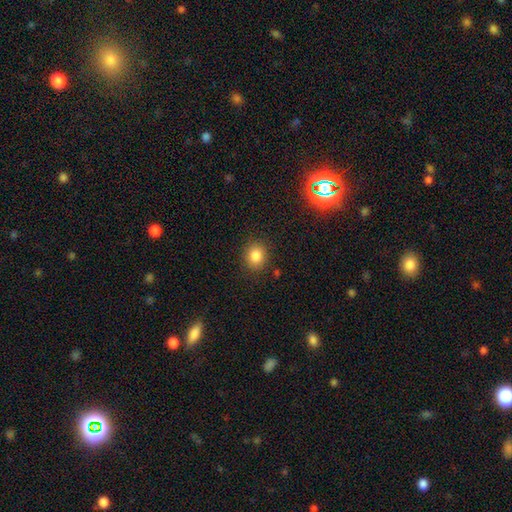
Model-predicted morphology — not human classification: Smooth or featured? Predicted: smooth (p=0.83). How rounded? Predicted: round (p=0.72). Merging? Predicted: none (p=0.88).